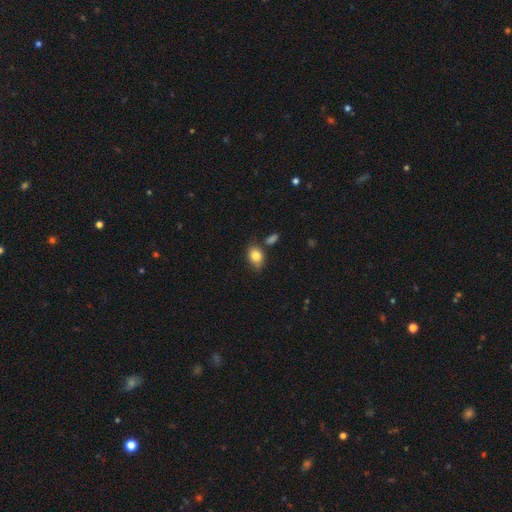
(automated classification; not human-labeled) A smooth galaxy with no disk features (82%) that is in between round and cigar-shaped (74%).

Vote fractions:
- Smooth or featured? smooth: 82% / featured or disk: 9% / star or artifact: 8%
- How rounded? in between: 74% / round: 25% / cigar-shaped: 1%
- Merging? none: 69% / minor disturbance: 19% / merger: 8% / major disturbance: 4%